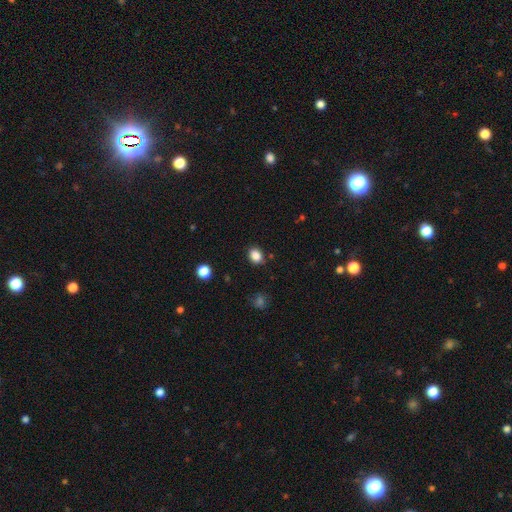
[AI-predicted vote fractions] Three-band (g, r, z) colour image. It shows a smooth galaxy with no disk features (86%) that is round (51%). Merging: none (84%).